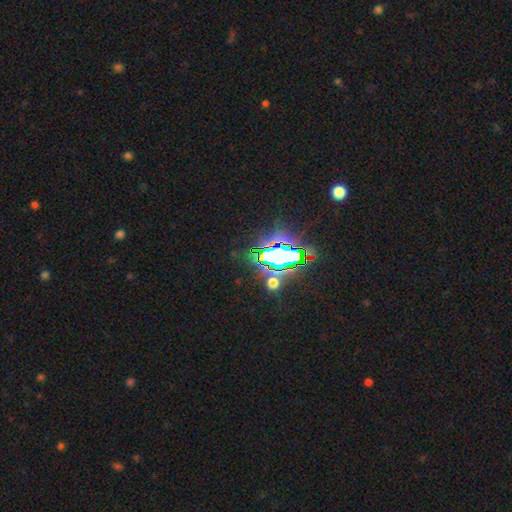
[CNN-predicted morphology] A star or artifact, not a galaxy (73%).

Vote fractions:
- Smooth or featured? star or artifact: 73% / smooth: 15% / featured or disk: 12%